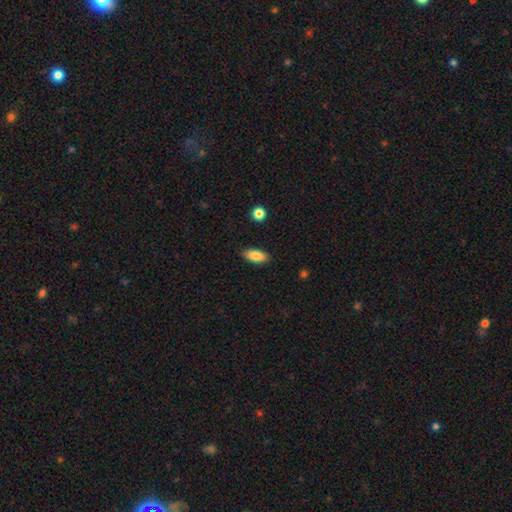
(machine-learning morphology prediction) The model was most divided on "smooth or featured": smooth: 85%, featured or disk: 8%, star or artifact: 7%. More confident: how rounded — in between (88%); merging — none (87%).